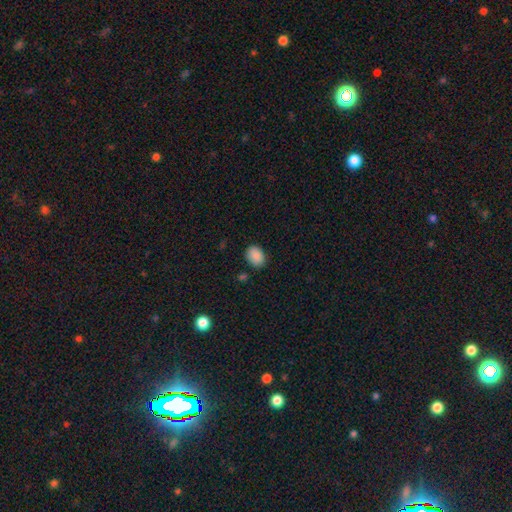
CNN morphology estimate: smooth-or-featured: smooth: 88% | star or artifact: 8% | featured or disk: 4%
  how-rounded: in between: 70% | round: 29% | cigar-shaped: 1%
  merging: none: 84% | minor disturbance: 11% | major disturbance: 2% | merger: 2%